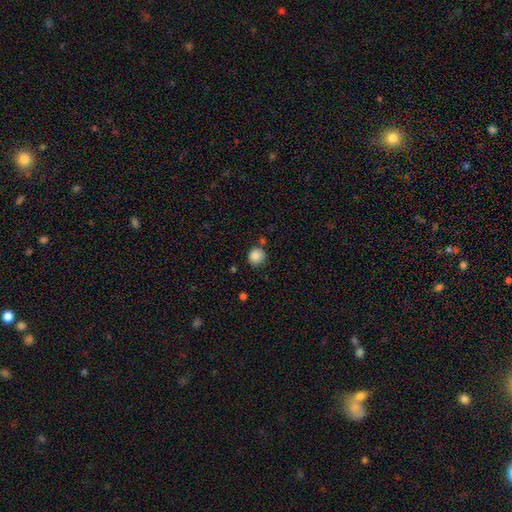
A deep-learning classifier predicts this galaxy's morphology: Q: Smooth or featured?
A: smooth (87%); runner-up: star or artifact (9%)
Q: How rounded?
A: round (91%); runner-up: in between (8%)
Q: Merging?
A: none (77%); runner-up: minor disturbance (13%)